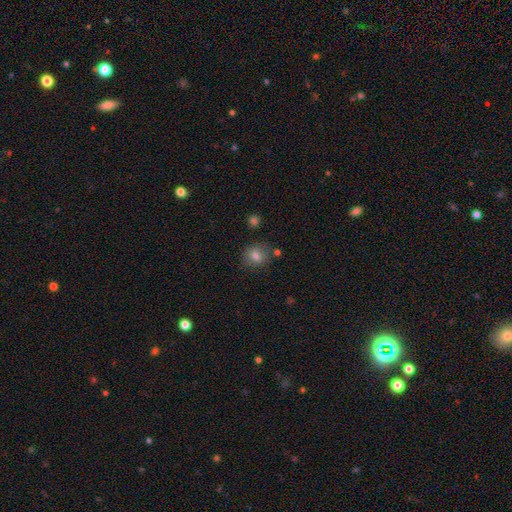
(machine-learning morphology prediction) Smooth or featured? smooth (79%)
How rounded? round (69%)
Merging? none (79%)